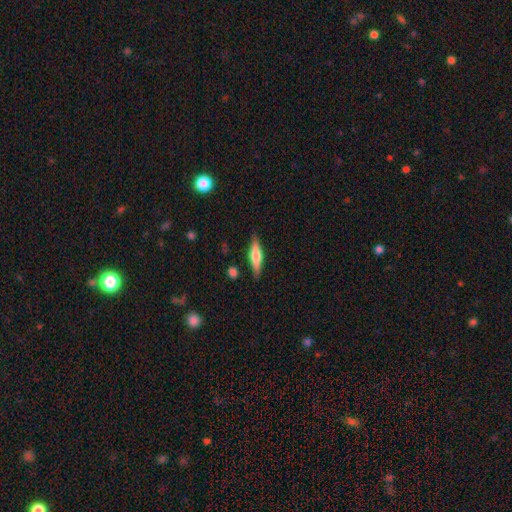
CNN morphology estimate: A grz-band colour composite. It shows a smooth galaxy with no disk features (50%). Merging: none (85%).